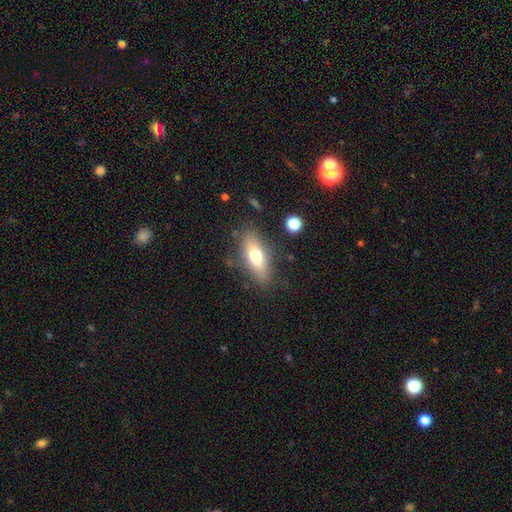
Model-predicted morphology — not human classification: Smooth or featured? Predicted: smooth (p=0.66). How rounded? Predicted: in between (p=0.70). Merging? Predicted: none (p=0.76).